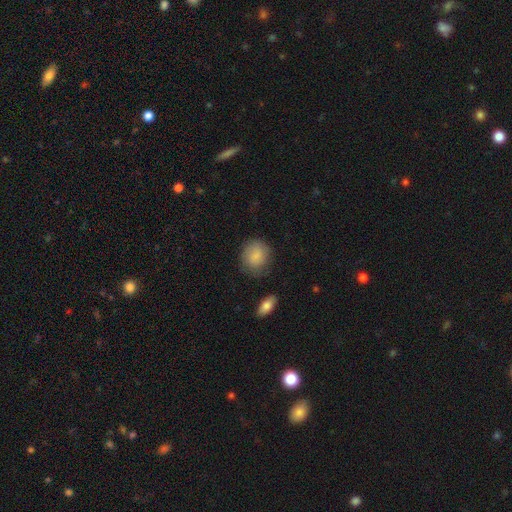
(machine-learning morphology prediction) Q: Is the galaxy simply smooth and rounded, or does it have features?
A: smooth — 85%.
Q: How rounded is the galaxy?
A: round — 75%.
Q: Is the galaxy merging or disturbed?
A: none — 74%.